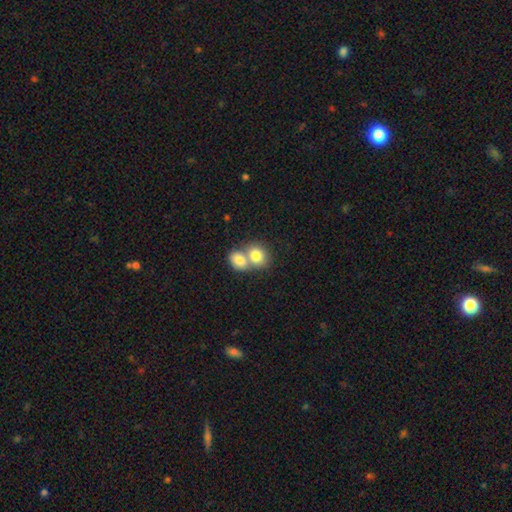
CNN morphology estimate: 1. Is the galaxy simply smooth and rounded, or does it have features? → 79% smooth, 13% featured or disk, 8% star or artifact.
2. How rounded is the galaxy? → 56% round, 43% in between, 1% cigar-shaped.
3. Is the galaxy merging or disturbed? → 64% merger, 28% none, 6% minor disturbance, 2% major disturbance.